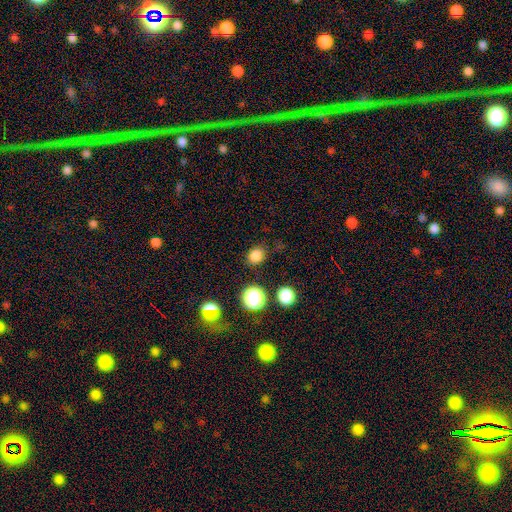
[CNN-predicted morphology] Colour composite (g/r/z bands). It shows a smooth galaxy with no disk features (81%) that is round (62%). Merging: none (84%).